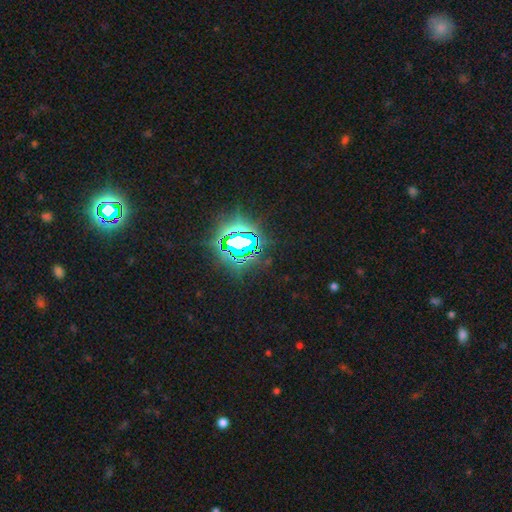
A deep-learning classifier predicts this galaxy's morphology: The model was most divided on "smooth or featured": star or artifact: 84%, smooth: 10%, featured or disk: 6%.